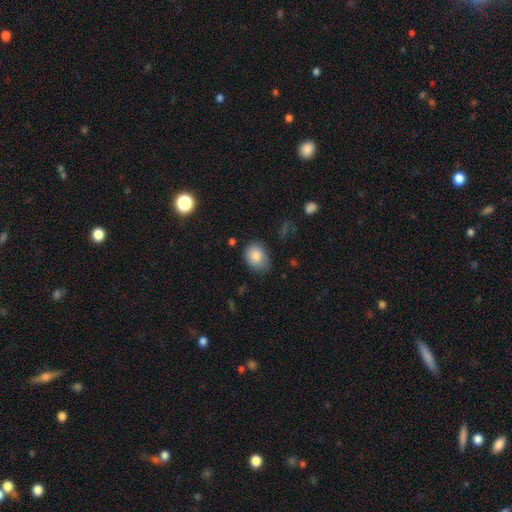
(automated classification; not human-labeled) smooth 83%, featured or disk 9%, star or artifact 8%. Down the decision tree: how rounded — in between (62%); merging — none (62%).